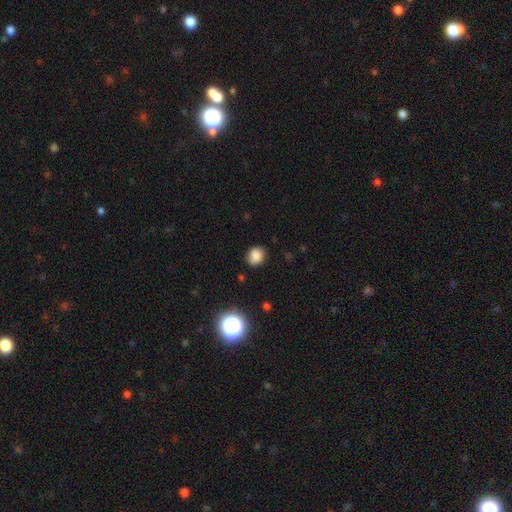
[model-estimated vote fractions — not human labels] This appears to be a smooth galaxy with no disk features (83%) that is round (64%). Merging: none (83%).